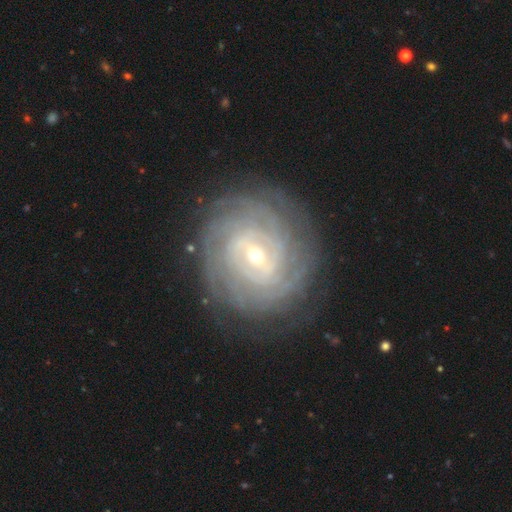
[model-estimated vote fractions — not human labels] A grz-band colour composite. It shows a featured or disk galaxy (88%) with a weak bar (50%), tight (84%) spiral arms (97%) and a small central bulge (62%). Merging: none (84%).